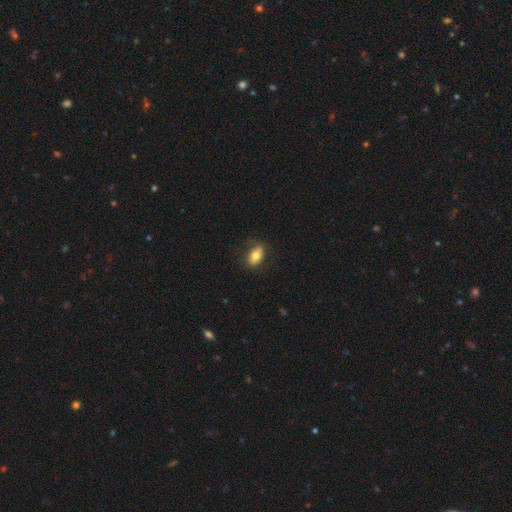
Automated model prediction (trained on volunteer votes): Q: Smooth or featured?
A: smooth (73%); runner-up: featured or disk (20%)
Q: How rounded?
A: in between (88%); runner-up: round (8%)
Q: Merging?
A: none (77%); runner-up: minor disturbance (16%)